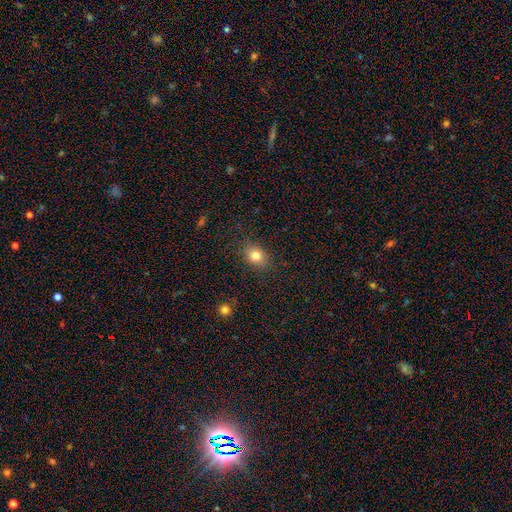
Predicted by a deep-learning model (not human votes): Smooth or featured: smooth — 80% (star or artifact — 12%)
How rounded: in between — 55% (round — 43%)
Merging: none — 85% (minor disturbance — 11%)